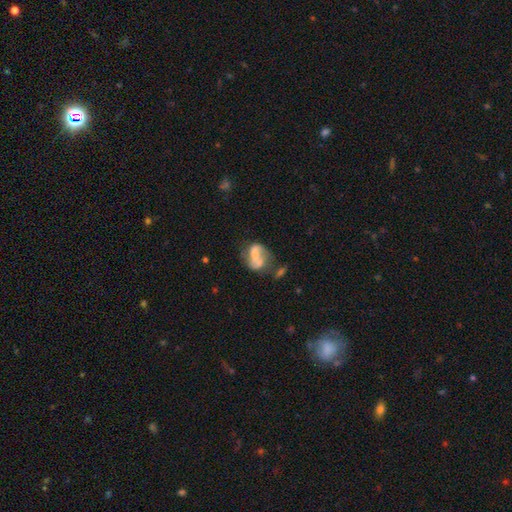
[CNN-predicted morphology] smooth_or_featured: featured or disk (p=0.58) [alt: smooth p=0.33]
disk_edge_on: no (p=0.97) [alt: yes p=0.03]
bar: no (p=0.49) [alt: weak p=0.31]
has_spiral_arms: yes (p=0.63) [alt: no p=0.37]
bulge_size: small (p=0.30) [tied with: moderate p=0.30]
merging: none (p=0.34) [alt: merger p=0.26]